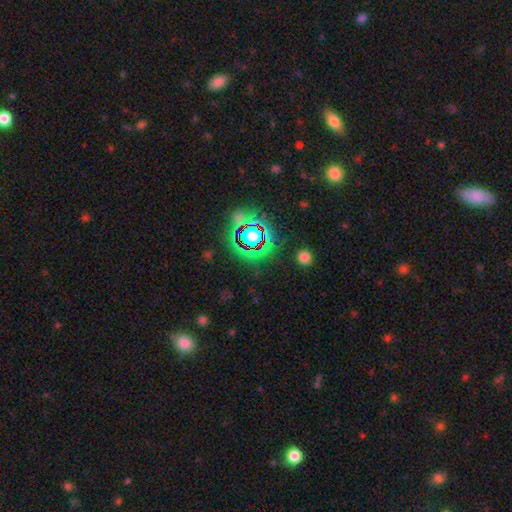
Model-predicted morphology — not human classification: star or artifact 77%, smooth 14%, featured or disk 9%.